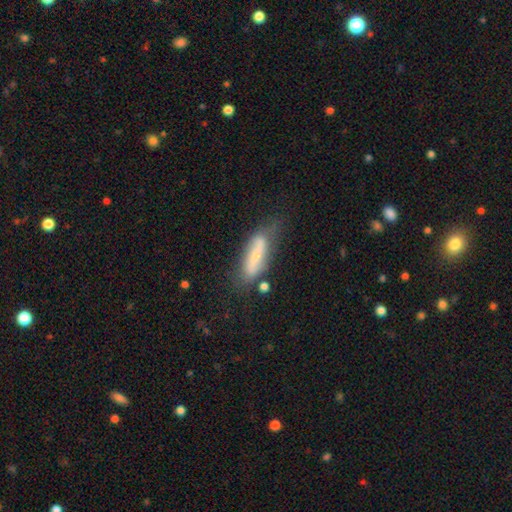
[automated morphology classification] A smooth galaxy with no disk features (55%) that is cigar-shaped (57%).

Vote fractions:
- Smooth or featured? smooth: 55% / featured or disk: 37% / star or artifact: 8%
- How rounded? cigar-shaped: 57% / in between: 41% / round: 2%
- Merging? none: 47% / minor disturbance: 30% / major disturbance: 14% / merger: 9%